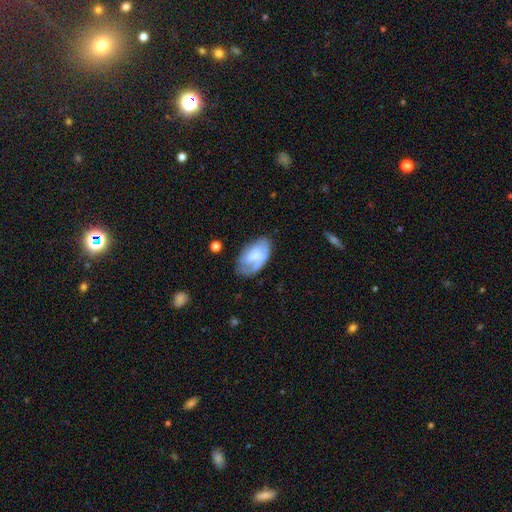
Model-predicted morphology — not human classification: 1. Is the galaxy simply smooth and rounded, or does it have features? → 53% smooth, 40% featured or disk, 7% star or artifact.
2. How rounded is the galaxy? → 93% in between, 5% round, 2% cigar-shaped.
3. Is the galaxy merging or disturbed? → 57% none, 28% minor disturbance, 12% major disturbance, 2% merger.